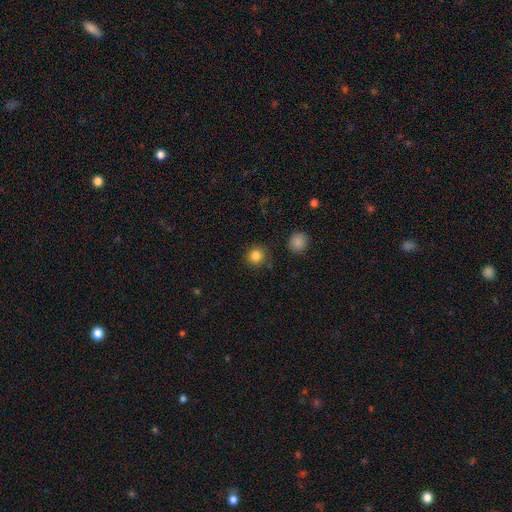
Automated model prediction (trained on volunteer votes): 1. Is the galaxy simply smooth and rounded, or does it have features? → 84% smooth, 12% star or artifact, 5% featured or disk.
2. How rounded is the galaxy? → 91% round, 8% in between, 1% cigar-shaped.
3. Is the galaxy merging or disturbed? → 86% none, 9% minor disturbance, 3% major disturbance, 2% merger.